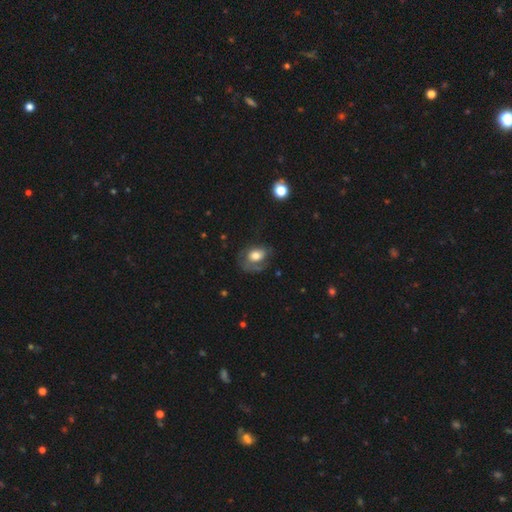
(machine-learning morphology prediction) type=smooth (52%); roundness=in between (68%); merging=none (46%).